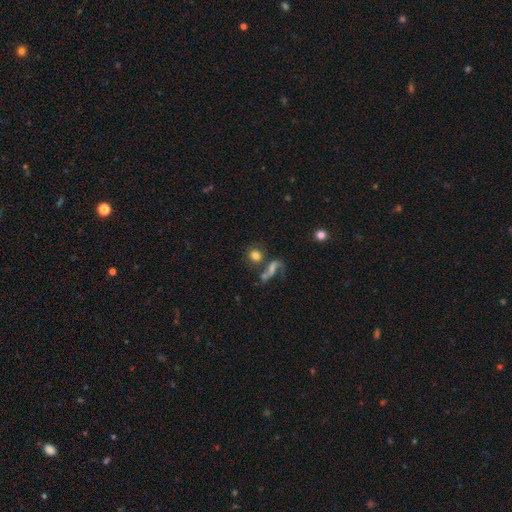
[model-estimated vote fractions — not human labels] Smooth or featured?
  - smooth: 74% *
  - featured or disk: 13%
  - star or artifact: 13%
How rounded?
  - round: 78% *
  - in between: 20%
  - cigar-shaped: 2%
Merging?
  - none: 53% *
  - merger: 25%
  - minor disturbance: 11%
  - major disturbance: 11%